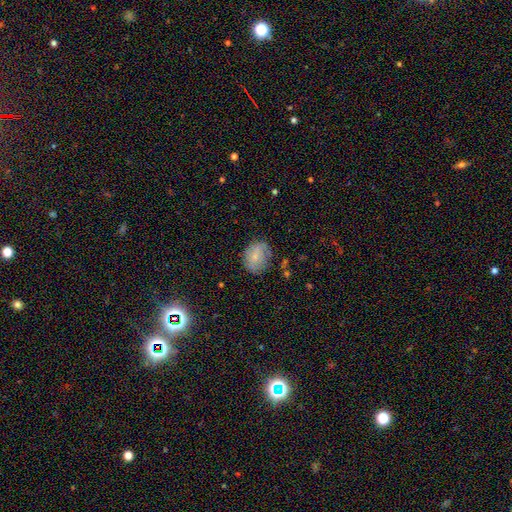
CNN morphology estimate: Smooth or featured?
  - smooth: 65% *
  - featured or disk: 25%
  - star or artifact: 10%
How rounded?
  - round: 56% *
  - in between: 43%
  - cigar-shaped: 1%
Merging?
  - none: 68% *
  - minor disturbance: 23%
  - major disturbance: 7%
  - merger: 2%